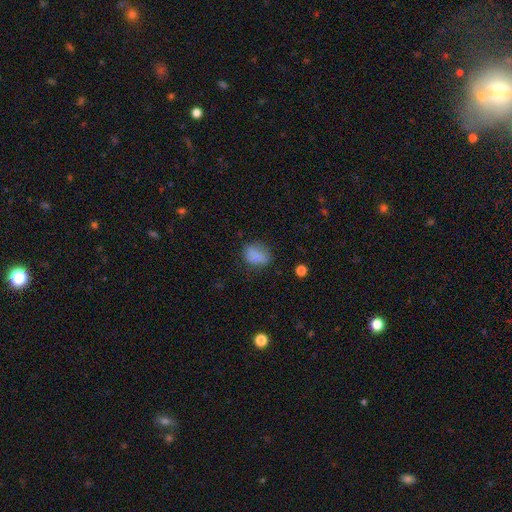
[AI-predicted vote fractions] smooth_or_featured: smooth (p=0.73) [alt: featured or disk p=0.15]
how_rounded: in between (p=0.61) [alt: round p=0.37]
merging: none (p=0.61) [alt: minor disturbance p=0.23]